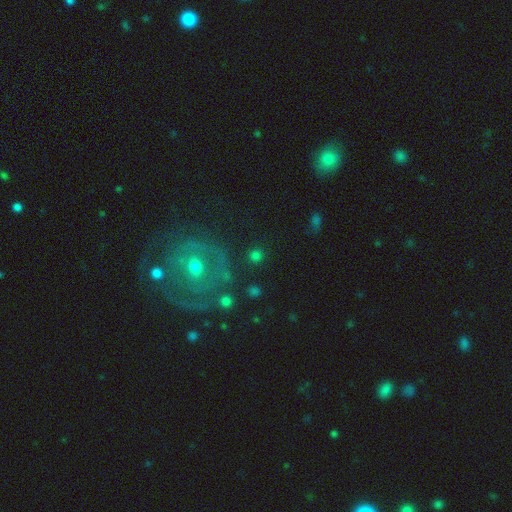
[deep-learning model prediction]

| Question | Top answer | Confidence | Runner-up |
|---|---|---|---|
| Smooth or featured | smooth | 72% | star or artifact (18%) |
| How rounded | round | 93% | in between (6%) |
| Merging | none | 85% | minor disturbance (7%) |